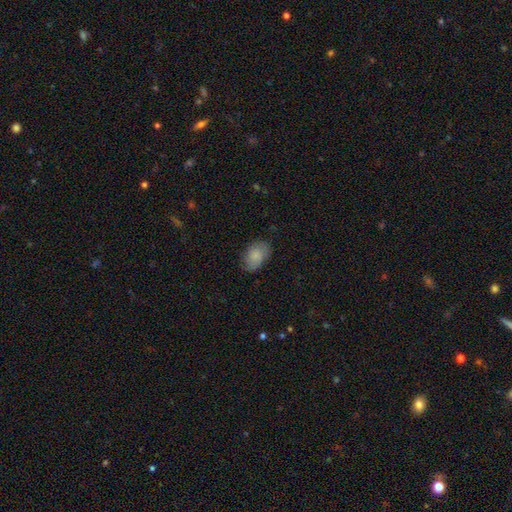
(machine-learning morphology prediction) A smooth galaxy with no disk features (82%) that is in between round and cigar-shaped (90%).

Vote fractions:
- Smooth or featured? smooth: 82% / featured or disk: 12% / star or artifact: 7%
- How rounded? in between: 90% / round: 9% / cigar-shaped: 1%
- Merging? none: 73% / minor disturbance: 21% / major disturbance: 5% / merger: 1%